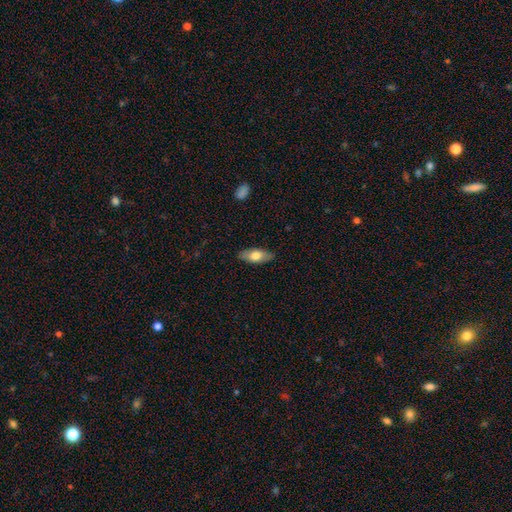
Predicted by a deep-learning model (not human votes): smooth 70%, featured or disk 24%, star or artifact 6%. Down the decision tree: how rounded — in between (84%); merging — none (86%).